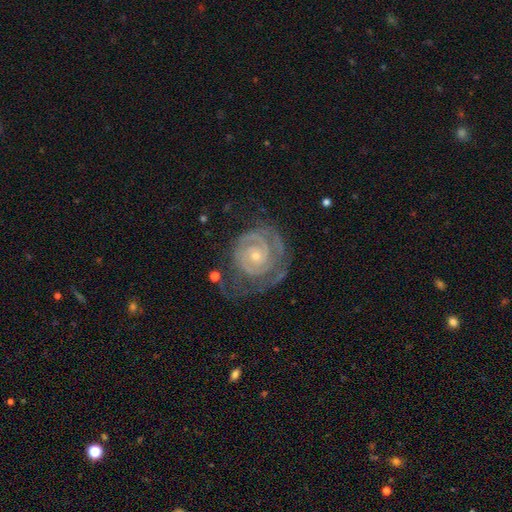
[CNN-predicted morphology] Overall: featured or disk (88%). Edge-on disk: no (98%). Bar: no (74%). Spiral arms: yes (96%). Spiral arm count: 2 (46%; can't tell 23%). Spiral winding: tight (79%). Bulge size: small (72%). Merging: none (62%).